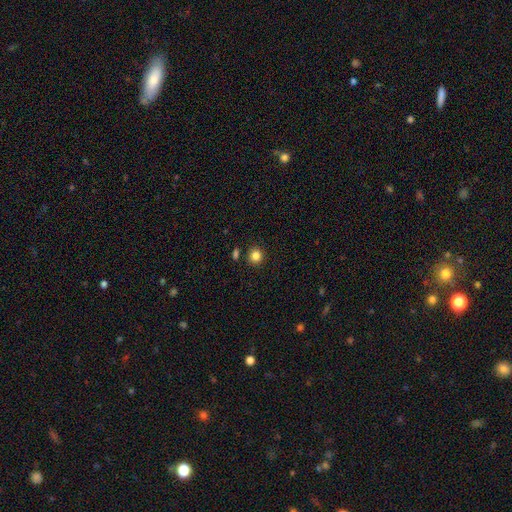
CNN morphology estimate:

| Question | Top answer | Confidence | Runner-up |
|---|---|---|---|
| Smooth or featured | smooth | 84% | star or artifact (11%) |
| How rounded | round | 90% | in between (9%) |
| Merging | none | 88% | minor disturbance (6%) |